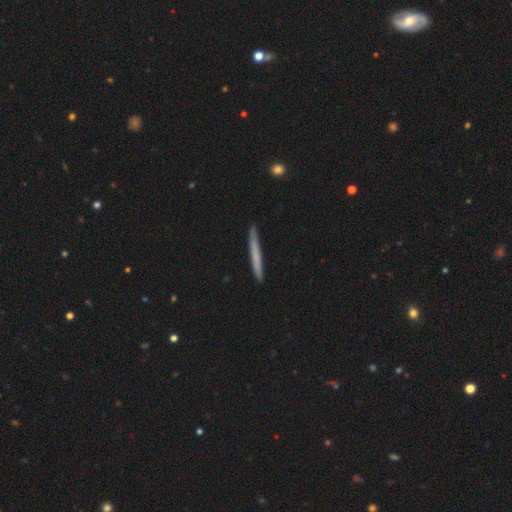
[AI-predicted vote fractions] smooth 62%, featured or disk 33%, star or artifact 6%. Down the decision tree: how rounded — cigar-shaped (97%); merging — none (91%).